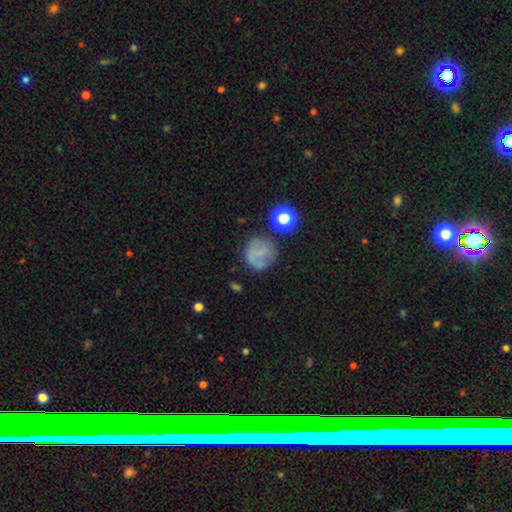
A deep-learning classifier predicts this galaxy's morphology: Smooth or featured? Predicted: smooth (p=0.67). How rounded? Predicted: round (p=0.90). Merging? Predicted: none (p=0.68).